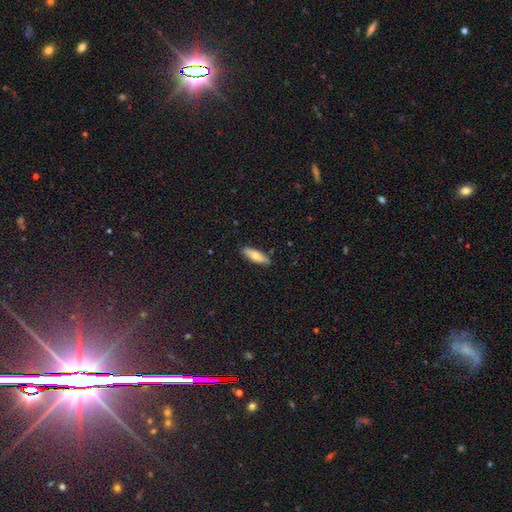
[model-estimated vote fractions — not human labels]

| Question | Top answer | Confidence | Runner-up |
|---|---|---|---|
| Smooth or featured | smooth | 74% | featured or disk (20%) |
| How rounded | in between | 55% | cigar-shaped (43%) |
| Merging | none | 86% | minor disturbance (11%) |